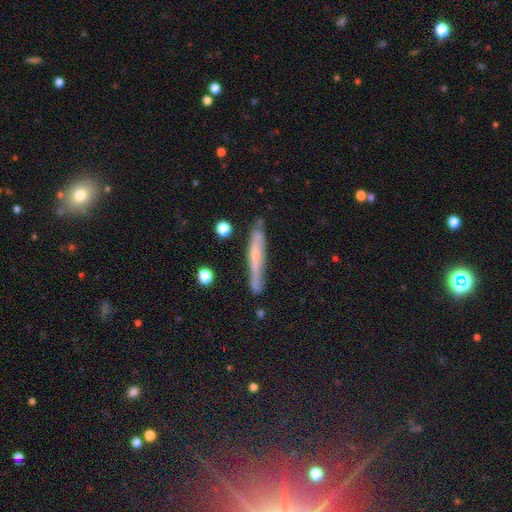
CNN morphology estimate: Q: Smooth or featured?
A: featured or disk (47%); runner-up: smooth (42%)
Q: Merging?
A: none (74%); runner-up: minor disturbance (19%)